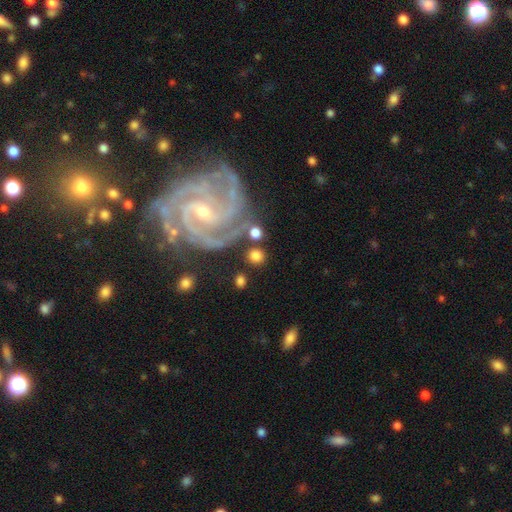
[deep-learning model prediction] Smooth or featured? smooth (70%)
How rounded? round (87%)
Merging? none (78%)